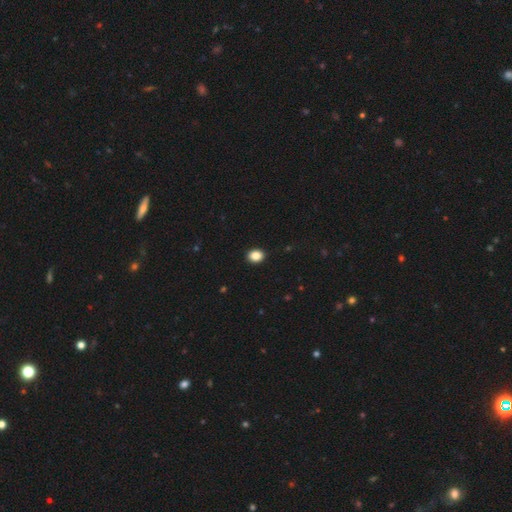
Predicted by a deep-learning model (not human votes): Smooth or featured? smooth (86%)
How rounded? in between (50%)
Merging? none (91%)